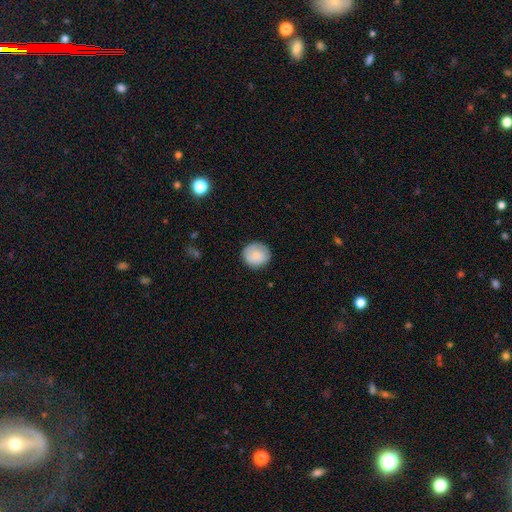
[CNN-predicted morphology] type=smooth (84%); roundness=round (88%); merging=none (84%).